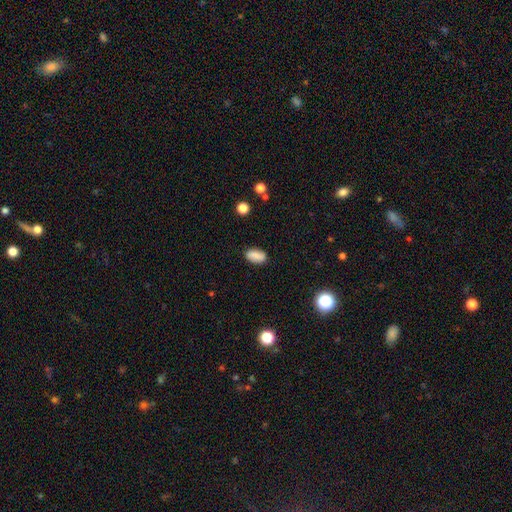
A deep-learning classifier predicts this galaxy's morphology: smooth_or_featured: smooth (p=0.82) [alt: featured or disk p=0.10]
how_rounded: in between (p=0.91) [alt: round p=0.06]
merging: none (p=0.84) [alt: minor disturbance p=0.12]